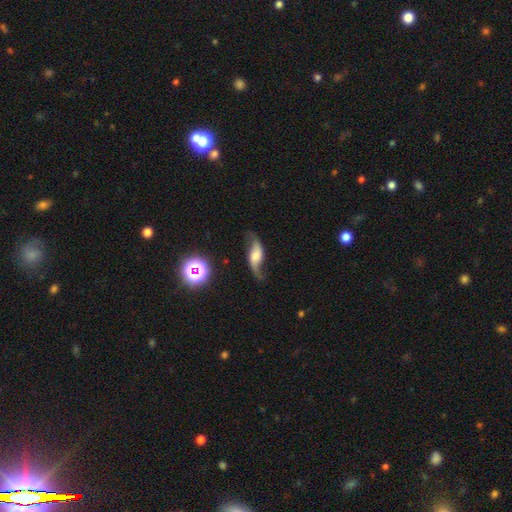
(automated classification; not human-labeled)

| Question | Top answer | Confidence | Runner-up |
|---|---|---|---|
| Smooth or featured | featured or disk | 73% | smooth (18%) |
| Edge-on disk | no | 86% | yes (14%) |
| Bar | no | 54% | weak (32%) |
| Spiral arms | yes | 93% | no (7%) |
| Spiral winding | loose | 87% | medium (10%) |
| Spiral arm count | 2 | 90% | 1 (5%) |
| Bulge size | moderate | 38% | small (23%) |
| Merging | none | 65% | minor disturbance (21%) |